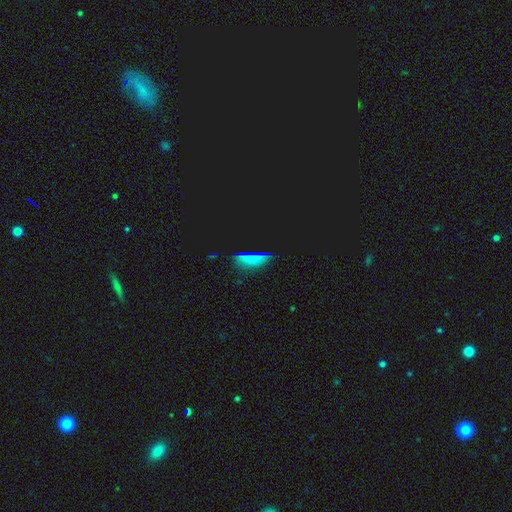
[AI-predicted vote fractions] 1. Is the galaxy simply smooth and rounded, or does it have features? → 45% star or artifact, 44% smooth, 11% featured or disk.